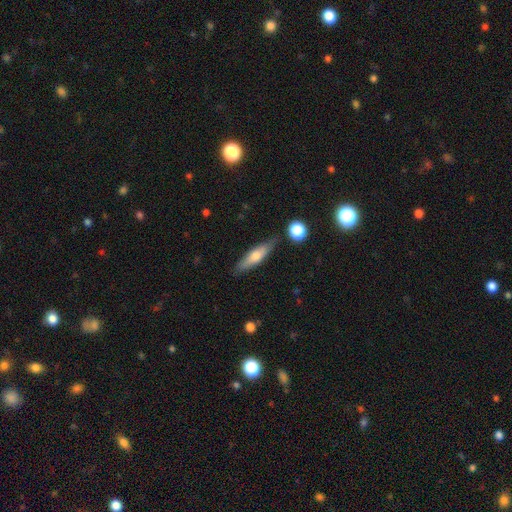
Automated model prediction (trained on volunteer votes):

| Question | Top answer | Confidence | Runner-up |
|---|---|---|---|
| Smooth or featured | smooth | 54% | featured or disk (39%) |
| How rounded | cigar-shaped | 70% | in between (27%) |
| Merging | none | 82% | minor disturbance (12%) |